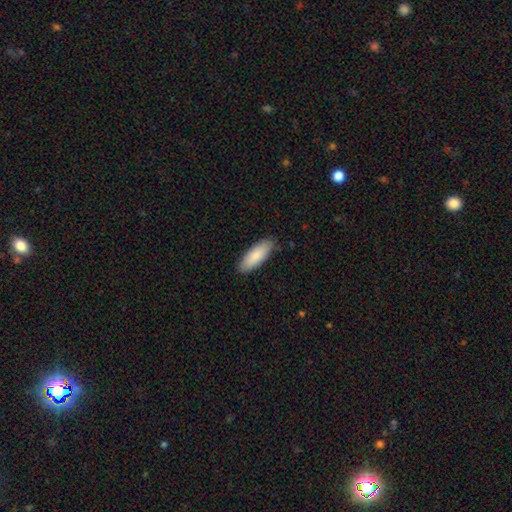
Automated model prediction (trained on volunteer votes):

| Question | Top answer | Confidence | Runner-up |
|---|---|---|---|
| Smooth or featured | smooth | 84% | featured or disk (11%) |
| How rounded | in between | 70% | cigar-shaped (28%) |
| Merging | none | 85% | minor disturbance (12%) |